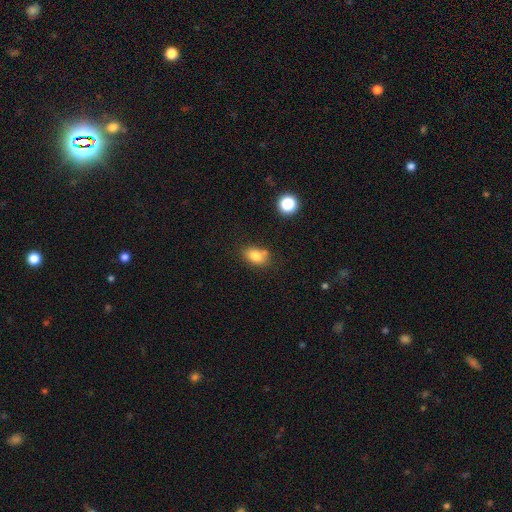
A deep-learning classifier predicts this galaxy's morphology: Smooth or featured: smooth — 80% (star or artifact — 10%)
How rounded: in between — 76% (round — 23%)
Merging: none — 64% (minor disturbance — 20%)